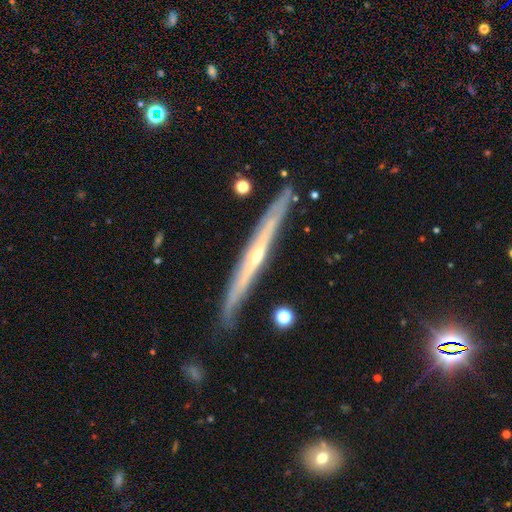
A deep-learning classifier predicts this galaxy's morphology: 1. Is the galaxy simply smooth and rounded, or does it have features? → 79% featured or disk, 15% smooth, 6% star or artifact.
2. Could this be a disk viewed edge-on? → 95% yes, 5% no.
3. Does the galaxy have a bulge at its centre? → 69% rounded, 29% none, 2% boxy.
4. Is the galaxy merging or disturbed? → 85% none, 12% minor disturbance, 2% major disturbance, 2% merger.